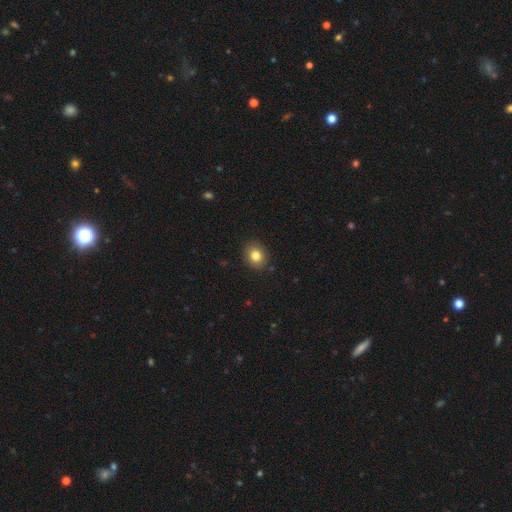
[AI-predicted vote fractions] This is clearly a smooth galaxy (82%). How rounded: likely round (66%). Merging: clearly none (90%).